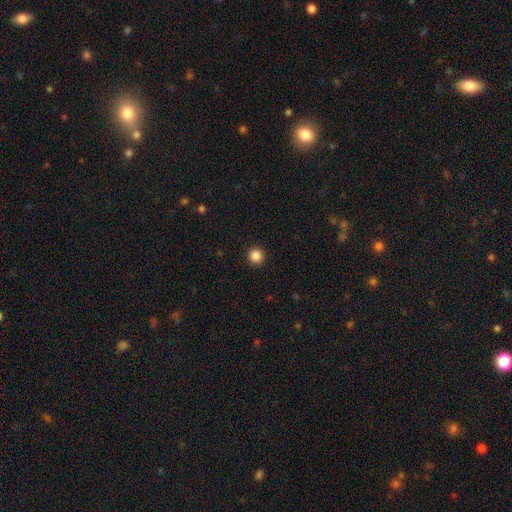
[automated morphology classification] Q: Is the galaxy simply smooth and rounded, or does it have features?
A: smooth — 87%.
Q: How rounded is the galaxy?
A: round — 95%.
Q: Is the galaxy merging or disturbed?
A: none — 93%.